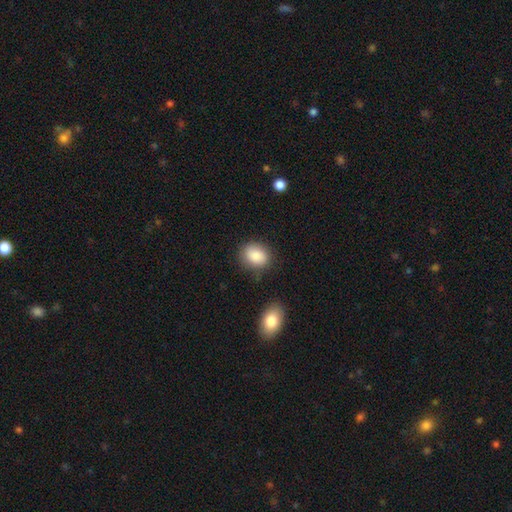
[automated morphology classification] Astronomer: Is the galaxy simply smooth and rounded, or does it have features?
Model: smooth — 88%.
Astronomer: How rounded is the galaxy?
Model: in between — 55% (runner-up: round, 43%).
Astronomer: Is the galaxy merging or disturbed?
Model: none — 78%.